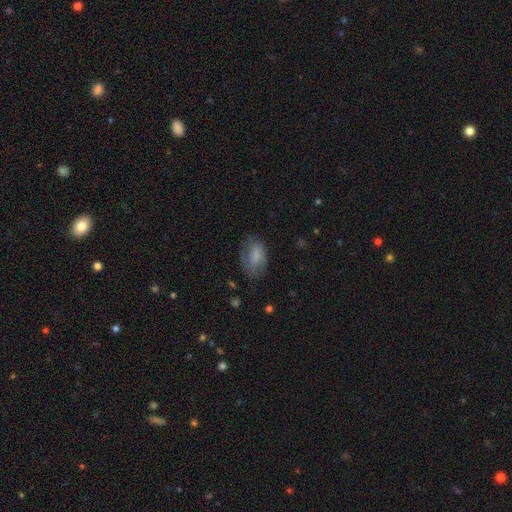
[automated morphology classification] A smooth galaxy with no disk features (69%) that is in between round and cigar-shaped (89%).

Vote fractions:
- Smooth or featured? smooth: 69% / featured or disk: 22% / star or artifact: 8%
- How rounded? in between: 89% / round: 9% / cigar-shaped: 2%
- Merging? none: 58% / minor disturbance: 26% / major disturbance: 14% / merger: 2%